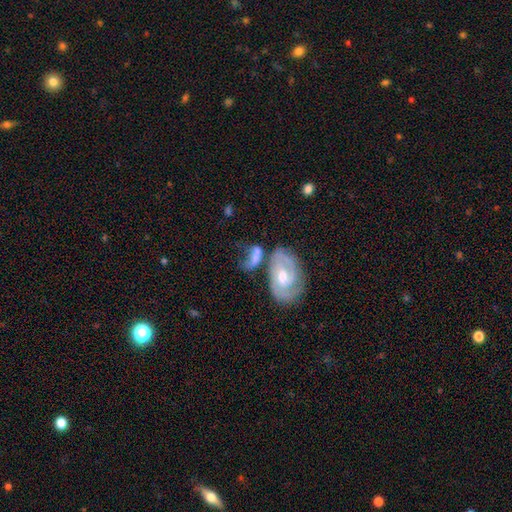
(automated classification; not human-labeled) Smooth or featured: featured or disk — 47% (smooth — 45%)
Merging: merger — 32% (none — 29%)